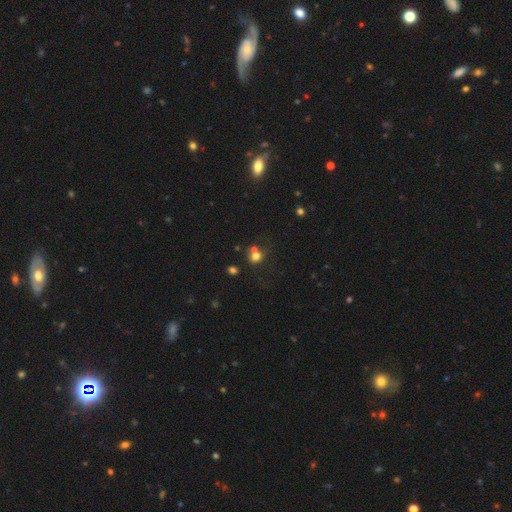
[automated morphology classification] Overall: smooth (70%). How rounded: round (78%). Merging: none (49%; merger 35%).